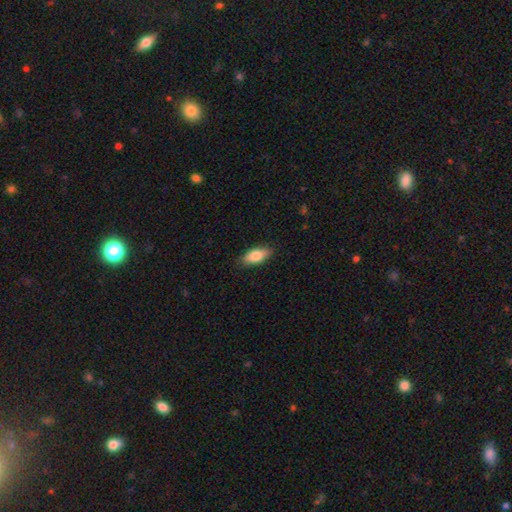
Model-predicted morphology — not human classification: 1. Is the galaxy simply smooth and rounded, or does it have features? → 80% smooth, 13% featured or disk, 6% star or artifact.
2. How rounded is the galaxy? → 85% in between, 12% cigar-shaped, 3% round.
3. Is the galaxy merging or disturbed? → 85% none, 12% minor disturbance, 2% major disturbance, 1% merger.